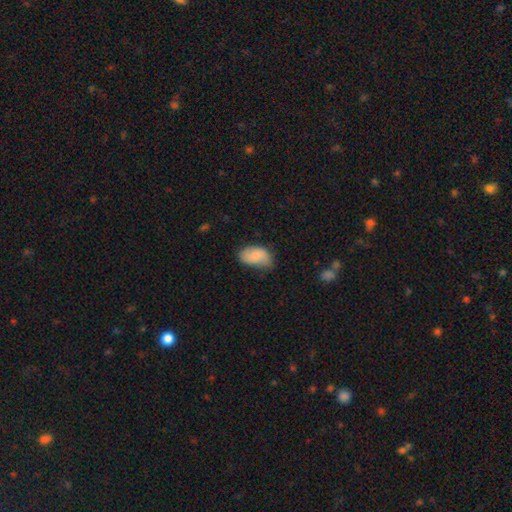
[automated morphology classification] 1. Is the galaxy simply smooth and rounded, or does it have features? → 76% smooth, 17% featured or disk, 7% star or artifact.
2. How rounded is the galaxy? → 93% in between, 5% round, 2% cigar-shaped.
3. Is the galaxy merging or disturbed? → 52% none, 37% minor disturbance, 10% major disturbance, 2% merger.